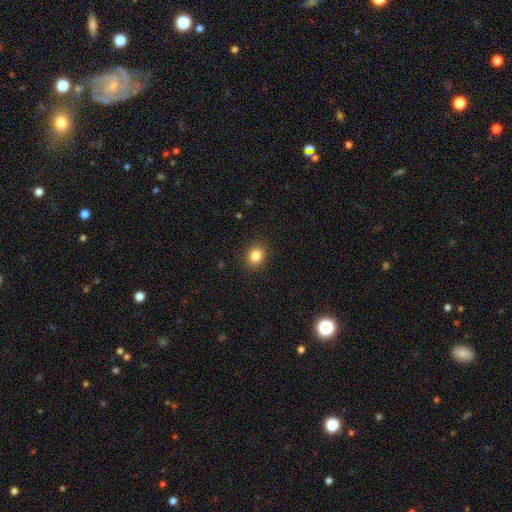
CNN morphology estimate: type=smooth (84%); roundness=round (67%); merging=none (90%).